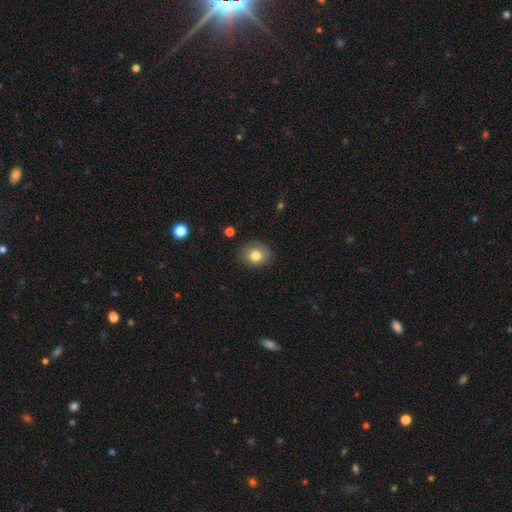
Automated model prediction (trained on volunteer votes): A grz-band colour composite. It shows a smooth galaxy with no disk features (80%) that is round (62%). Merging: none (82%).